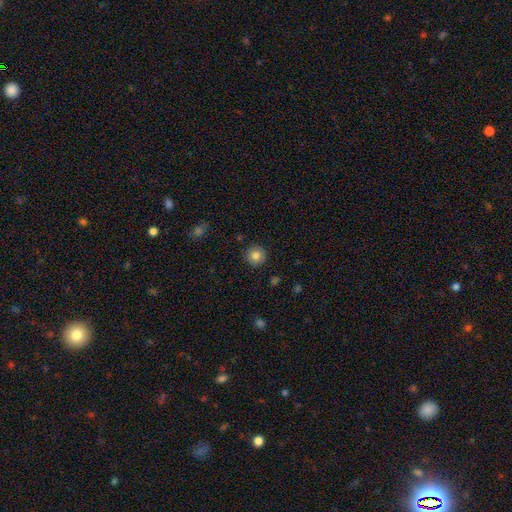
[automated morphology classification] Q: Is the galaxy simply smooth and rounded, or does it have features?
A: smooth — 82%.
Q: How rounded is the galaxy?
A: round — 95%.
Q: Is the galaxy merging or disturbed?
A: none — 91%.